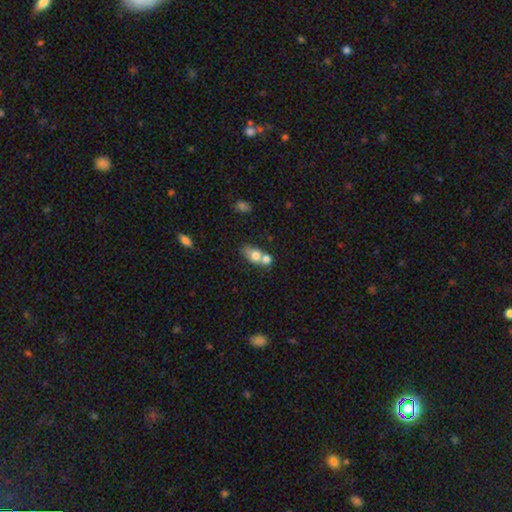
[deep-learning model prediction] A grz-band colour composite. It shows a smooth galaxy with no disk features (70%) that is in between round and cigar-shaped (68%). Merging: merger (59%).